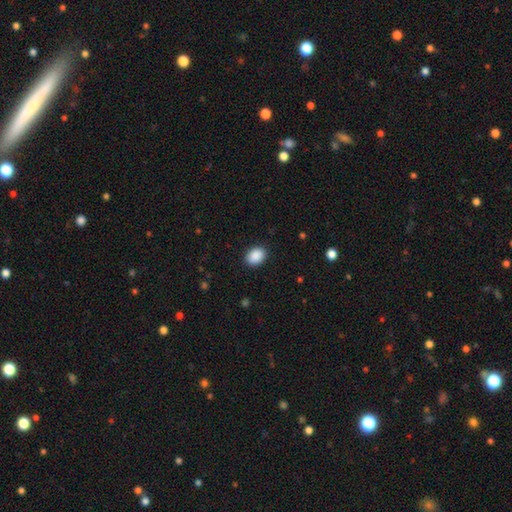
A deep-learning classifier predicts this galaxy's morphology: Smooth or featured: smooth — 90% (star or artifact — 7%)
How rounded: in between — 72% (round — 28%)
Merging: none — 89% (minor disturbance — 8%)